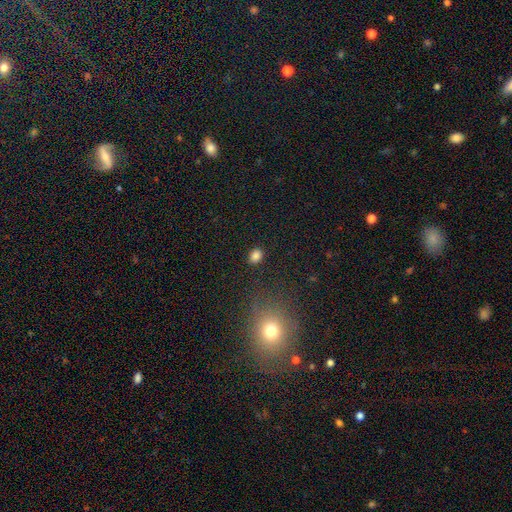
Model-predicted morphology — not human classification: type=smooth (83%); roundness=in between (60%); merging=none (87%).